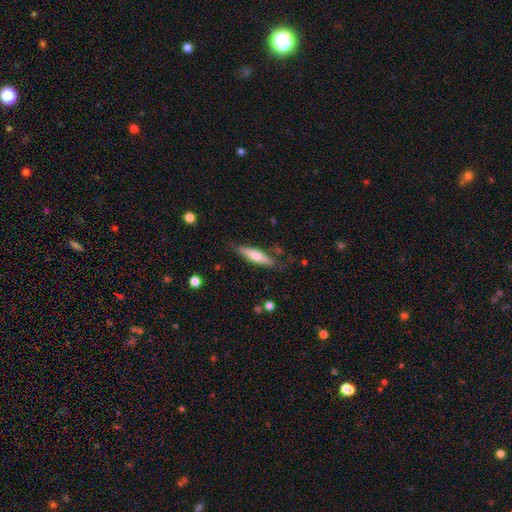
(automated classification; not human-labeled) Smooth or featured?
  - smooth: 52% *
  - featured or disk: 42%
  - star or artifact: 6%
How rounded?
  - cigar-shaped: 74% *
  - in between: 24%
  - round: 2%
Merging?
  - none: 79% *
  - minor disturbance: 15%
  - major disturbance: 4%
  - merger: 3%